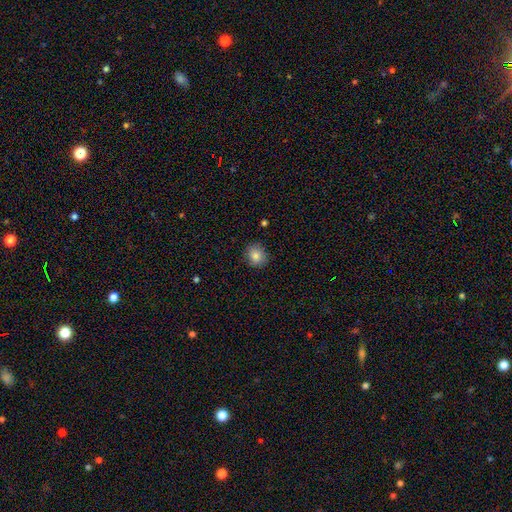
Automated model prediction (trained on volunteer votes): smooth_or_featured: smooth (p=0.85) [alt: star or artifact p=0.09]
how_rounded: round (p=0.77) [alt: in between p=0.22]
merging: none (p=0.88) [alt: minor disturbance p=0.09]